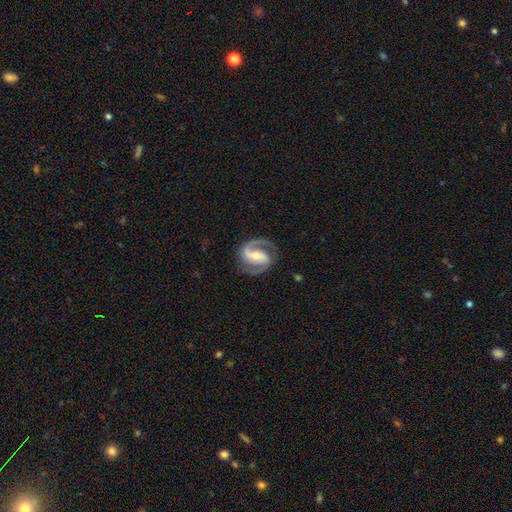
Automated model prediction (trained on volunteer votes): Overall: featured or disk (91%). Edge-on disk: no (98%). Bar: strong (48%; weak 35%). Spiral arms: yes (98%). Spiral arm count: 2 (92%). Spiral winding: medium (59%; tight 26%). Bulge size: moderate (49%; small 43%). Merging: none (82%).